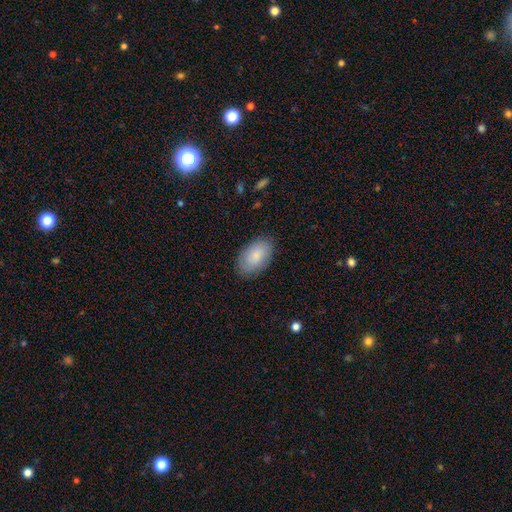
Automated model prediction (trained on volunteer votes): The model was most divided on "smooth or featured": smooth: 79%, featured or disk: 15%, star or artifact: 6%. More confident: how rounded — in between (93%); merging — none (84%).